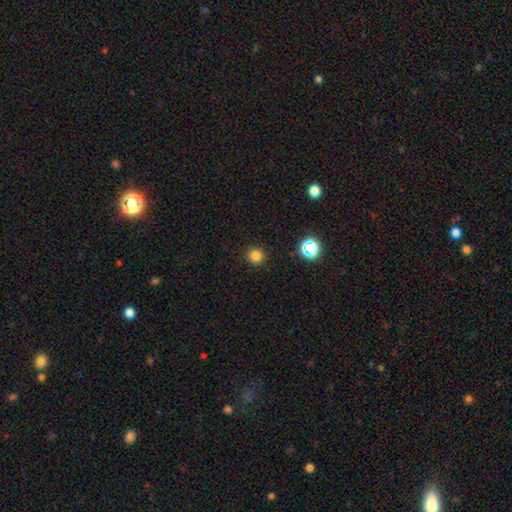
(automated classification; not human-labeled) This appears to be a smooth galaxy with no disk features (80%) that is round (92%). Merging: none (91%).